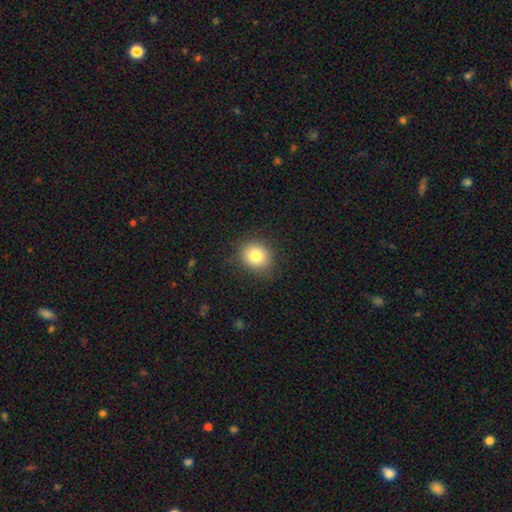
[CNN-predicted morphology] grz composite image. It shows a smooth galaxy with no disk features (81%) that is round (77%). Merging: none (86%).